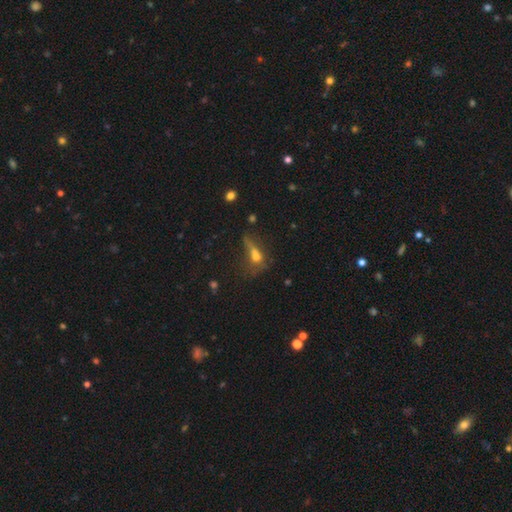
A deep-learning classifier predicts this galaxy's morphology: Overall: smooth (52%; featured or disk 29%). How rounded: in between (55%; cigar-shaped 23%). Merging: major disturbance (39%; none 31%).